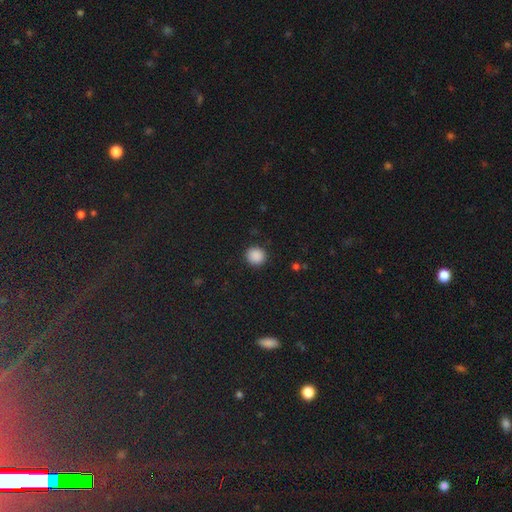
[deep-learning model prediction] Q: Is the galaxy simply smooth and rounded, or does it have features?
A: smooth — 88%.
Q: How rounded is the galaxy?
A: round — 89%.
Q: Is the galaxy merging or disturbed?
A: none — 90%.